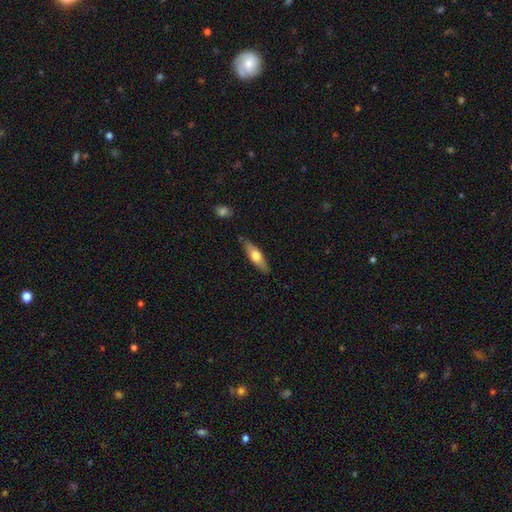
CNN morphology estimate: The model was most divided on "smooth or featured": smooth: 51%, featured or disk: 43%, star or artifact: 6%. More confident: merging — none (84%); how rounded — cigar-shaped (60%).